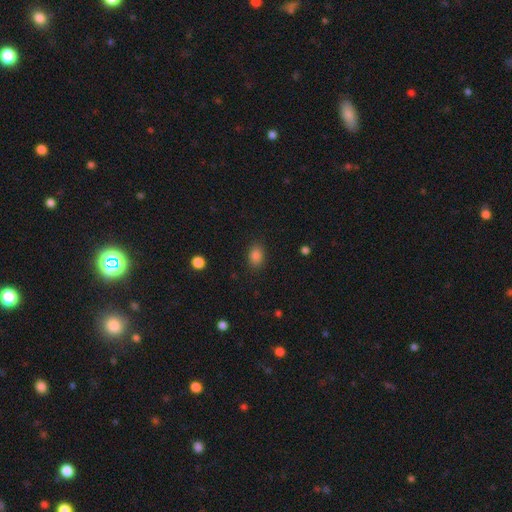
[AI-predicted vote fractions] Smooth or featured?
  - smooth: 85% *
  - star or artifact: 10%
  - featured or disk: 4%
How rounded?
  - in between: 76% *
  - round: 22%
  - cigar-shaped: 1%
Merging?
  - none: 85% *
  - minor disturbance: 10%
  - major disturbance: 3%
  - merger: 1%